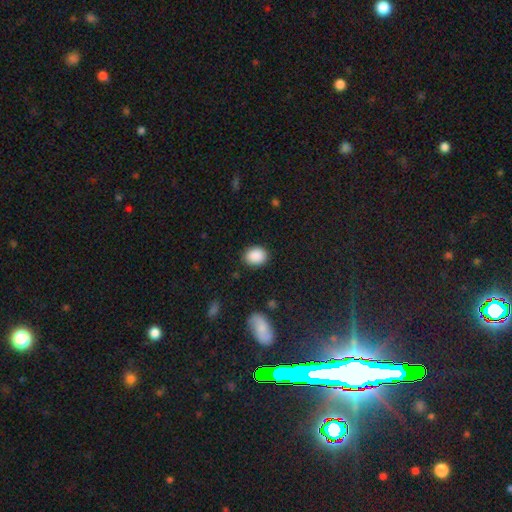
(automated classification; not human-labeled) This appears to be a smooth galaxy with no disk features (89%) that is in between round and cigar-shaped (55%). Merging: none (87%).